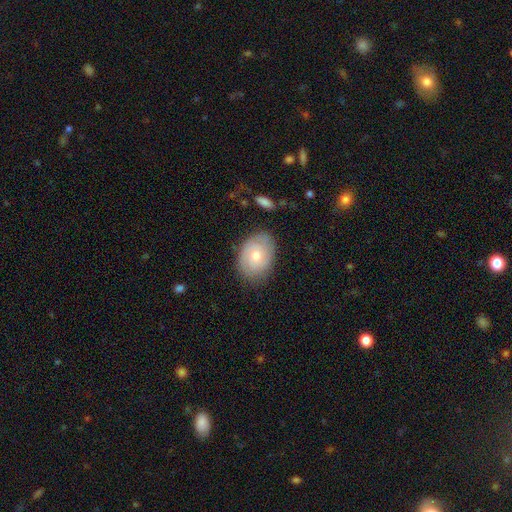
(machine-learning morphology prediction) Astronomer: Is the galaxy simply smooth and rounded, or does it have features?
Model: smooth — 51% (runner-up: featured or disk, 42%).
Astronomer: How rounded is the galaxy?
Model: in between — 75%.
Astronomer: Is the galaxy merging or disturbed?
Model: none — 78%.